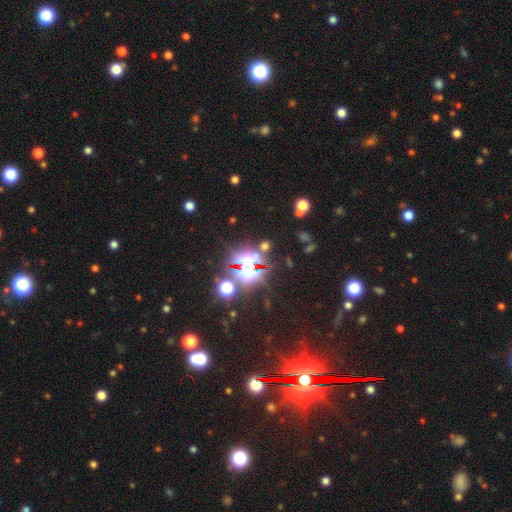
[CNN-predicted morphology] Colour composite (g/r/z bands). It shows a star or artifact, not a galaxy (83%).